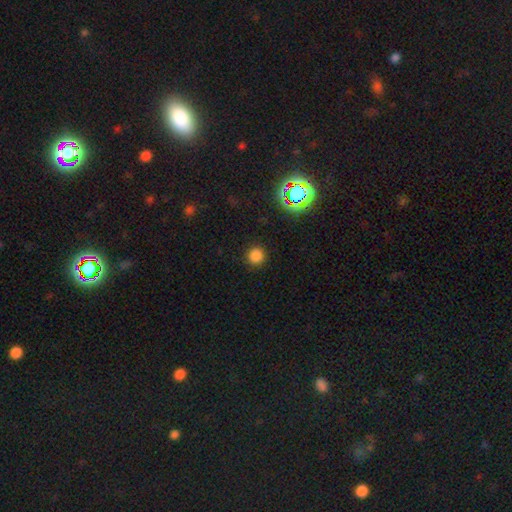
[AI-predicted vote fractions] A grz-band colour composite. It shows a smooth galaxy with no disk features (79%) that is round (94%). Merging: none (90%).